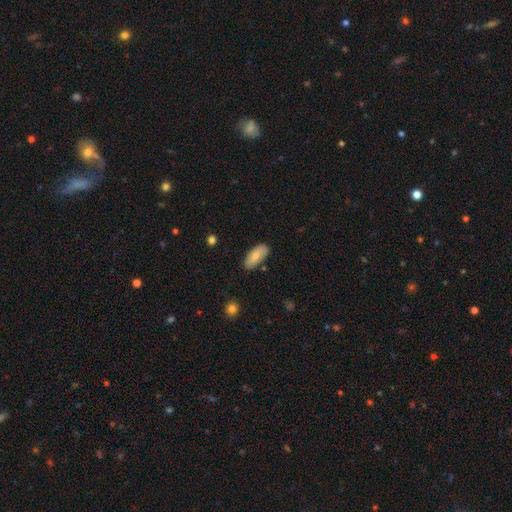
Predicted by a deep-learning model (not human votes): Smooth or featured?
  - smooth: 78% *
  - featured or disk: 16%
  - star or artifact: 6%
How rounded?
  - in between: 88% *
  - cigar-shaped: 10%
  - round: 2%
Merging?
  - none: 82% *
  - minor disturbance: 14%
  - major disturbance: 2%
  - merger: 2%